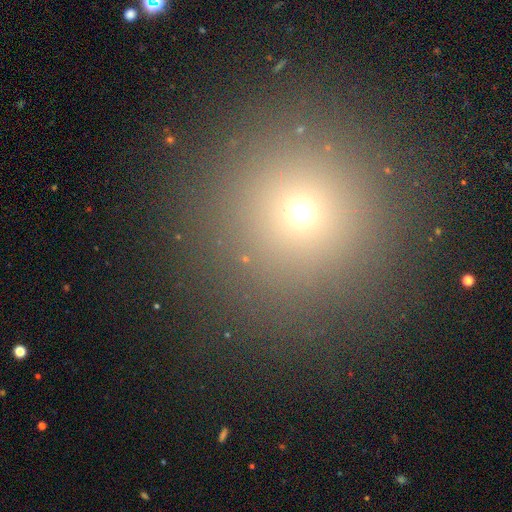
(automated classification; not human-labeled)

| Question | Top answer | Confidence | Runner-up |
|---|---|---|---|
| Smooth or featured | smooth | 65% | star or artifact (27%) |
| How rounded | round | 96% | in between (3%) |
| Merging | none | 90% | minor disturbance (5%) |